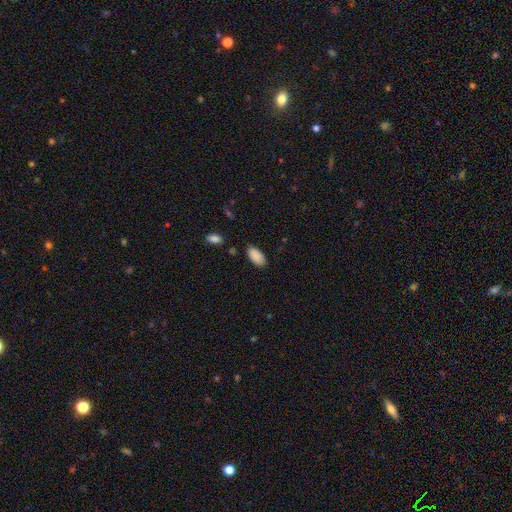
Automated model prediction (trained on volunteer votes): Smooth or featured? smooth (90%)
How rounded? in between (93%)
Merging? none (84%)